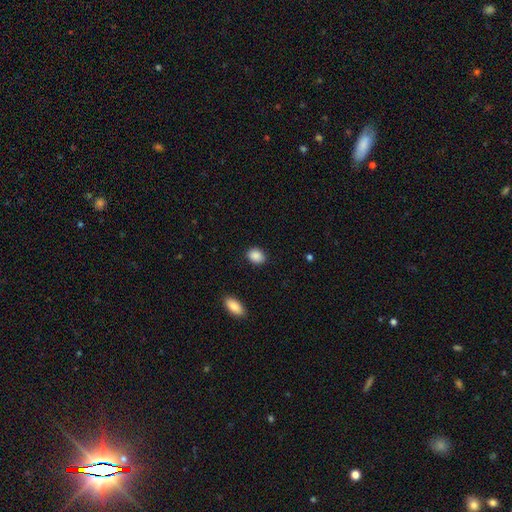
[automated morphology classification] The model was most divided on "how rounded": in between: 63%, round: 36%, cigar-shaped: 1%. More confident: smooth or featured — smooth (89%); merging — none (87%).